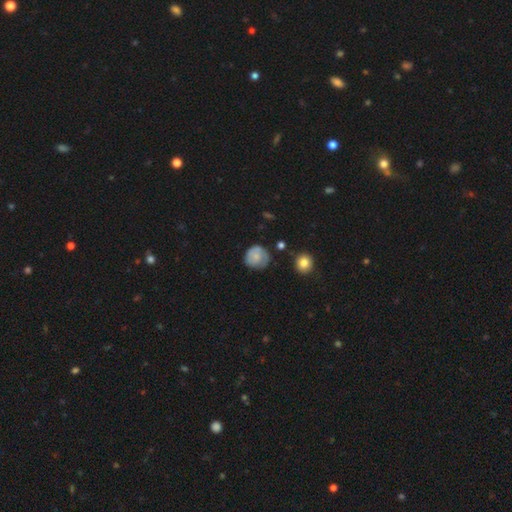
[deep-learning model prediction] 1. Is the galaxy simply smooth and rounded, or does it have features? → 61% smooth, 32% featured or disk, 7% star or artifact.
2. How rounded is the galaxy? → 86% round, 13% in between, 1% cigar-shaped.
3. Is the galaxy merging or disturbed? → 65% none, 24% minor disturbance, 8% major disturbance, 2% merger.